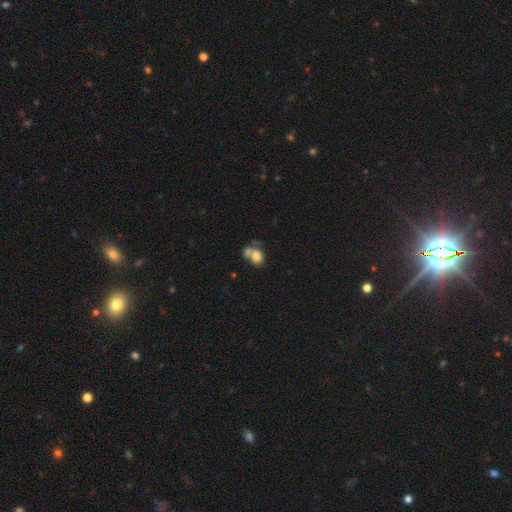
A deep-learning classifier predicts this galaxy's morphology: This appears to be a smooth galaxy with no disk features (76%) that is in between round and cigar-shaped (50%). Merging: merger (48%).